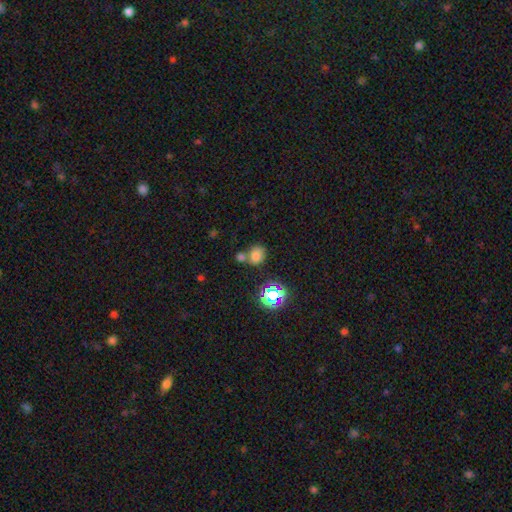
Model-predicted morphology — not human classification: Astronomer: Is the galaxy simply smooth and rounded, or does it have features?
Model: smooth — 70%.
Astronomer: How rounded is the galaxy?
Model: round — 60% (runner-up: in between, 38%).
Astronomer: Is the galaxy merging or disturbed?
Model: none — 52% (runner-up: merger, 33%).